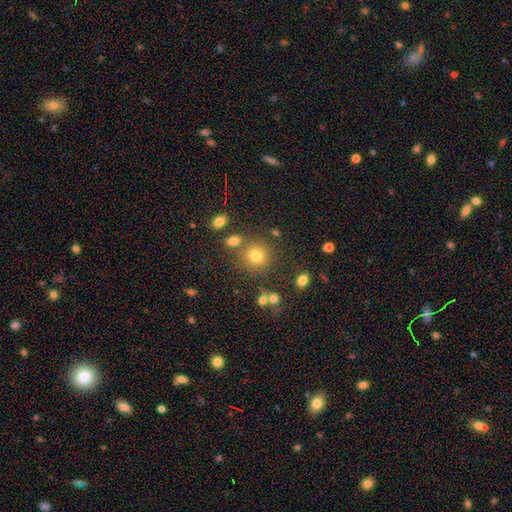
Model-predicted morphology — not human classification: Smooth or featured? Predicted: smooth (p=0.74). How rounded? Predicted: round (p=0.88). Merging? Predicted: none (p=0.75).